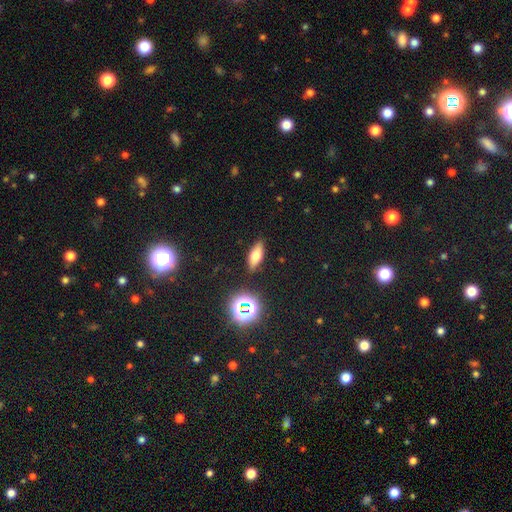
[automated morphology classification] This appears to be a smooth galaxy with no disk features (63%) that is in between round and cigar-shaped (67%). Merging: none (86%).